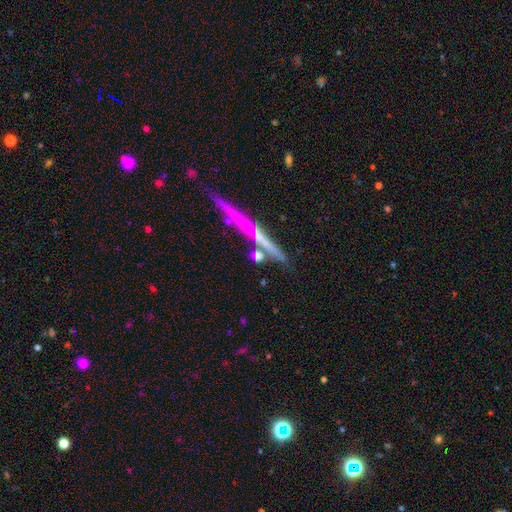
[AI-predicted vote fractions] smooth_or_featured: smooth (p=0.45) [alt: featured or disk p=0.37]
merging: none (p=0.70) [alt: merger p=0.13]